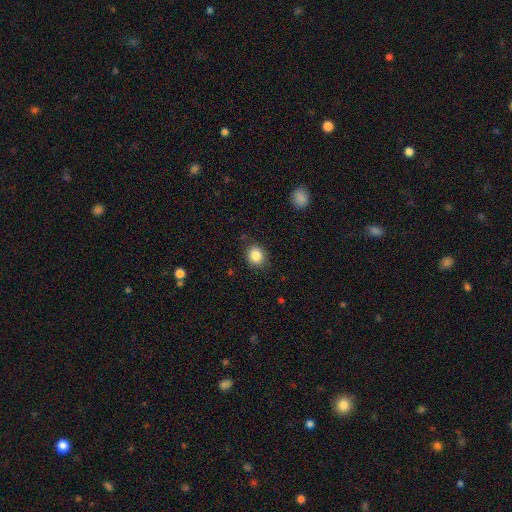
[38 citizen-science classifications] Smooth or featured? 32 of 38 (84%) said smooth. How rounded? 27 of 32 (84%) said round. Merging? 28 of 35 (80%) said none.